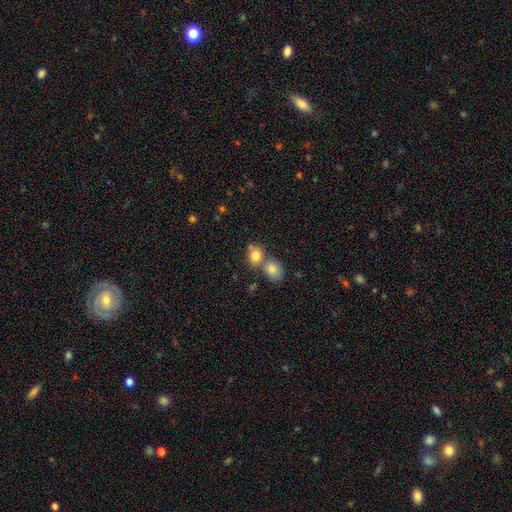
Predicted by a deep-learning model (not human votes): smooth-or-featured: smooth: 82% | star or artifact: 9% | featured or disk: 9%
  how-rounded: in between: 56% | round: 43% | cigar-shaped: 1%
  merging: merger: 50% | none: 38% | minor disturbance: 9% | major disturbance: 3%